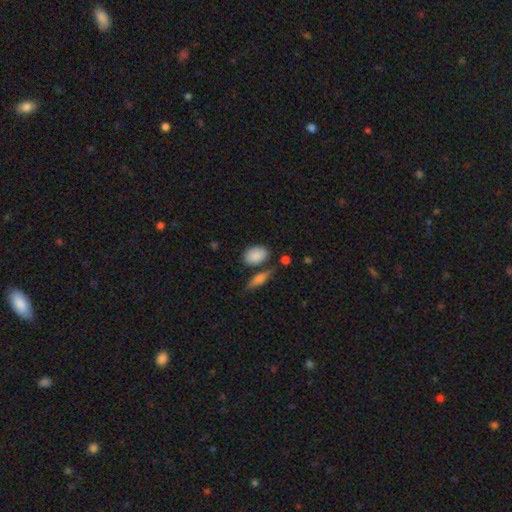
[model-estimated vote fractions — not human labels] This is clearly a smooth galaxy (86%). How rounded: clearly in between (82%). Merging: likely none (62%).